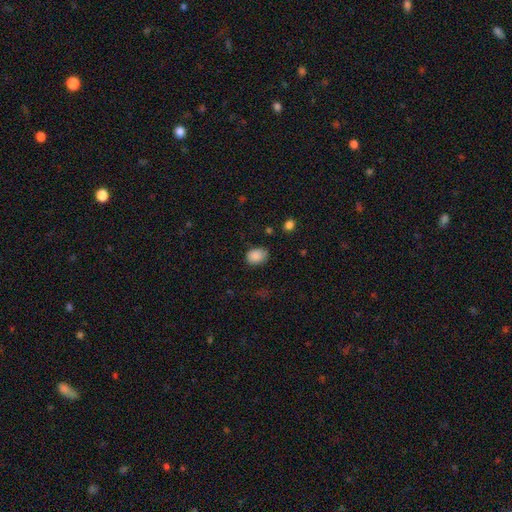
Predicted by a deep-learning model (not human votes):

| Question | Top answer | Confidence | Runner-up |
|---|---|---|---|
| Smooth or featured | smooth | 86% | star or artifact (8%) |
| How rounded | in between | 61% | round (38%) |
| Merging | none | 65% | minor disturbance (27%) |